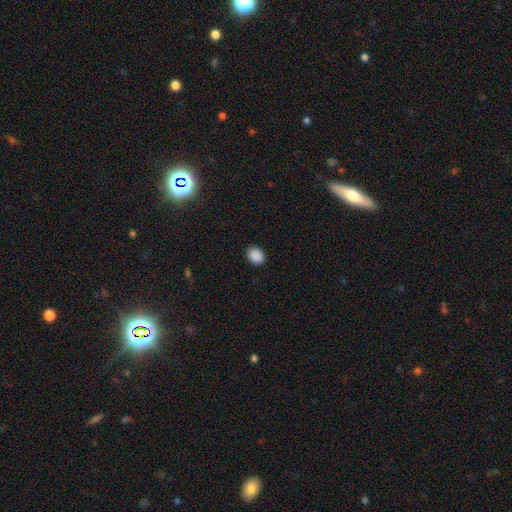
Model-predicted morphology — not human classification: Smooth or featured? smooth (90%)
How rounded? in between (64%)
Merging? none (90%)